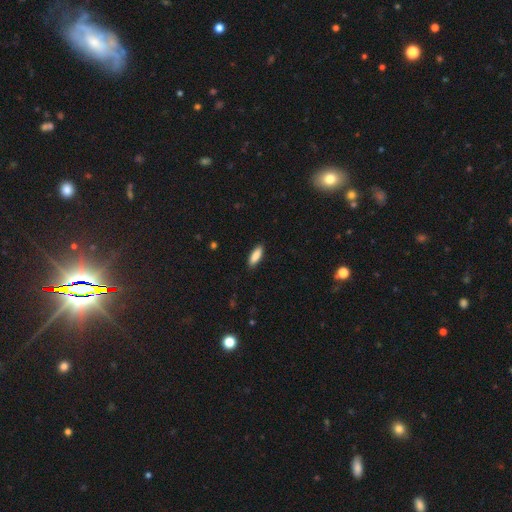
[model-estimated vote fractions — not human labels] Morphology: type=smooth (88%); roundness=in between (59%); merging=none (89%).